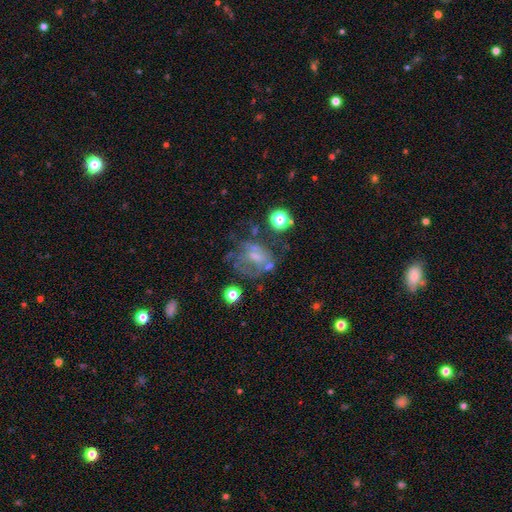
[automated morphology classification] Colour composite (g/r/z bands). It shows a featured or disk galaxy (52%). Merging: none (35%).